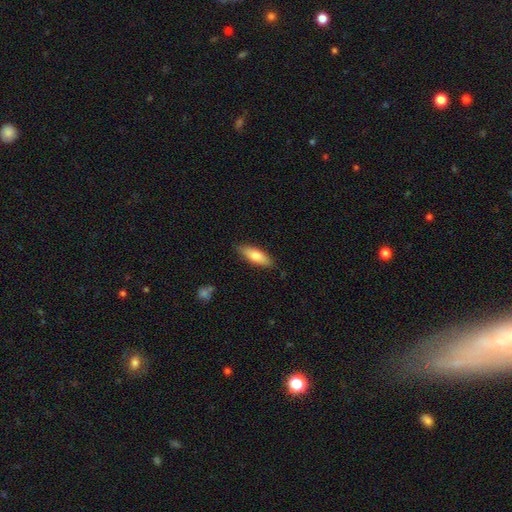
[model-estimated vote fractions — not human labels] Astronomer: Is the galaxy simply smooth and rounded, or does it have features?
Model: smooth — 75%.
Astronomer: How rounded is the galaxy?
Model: in between — 59% (runner-up: cigar-shaped, 39%).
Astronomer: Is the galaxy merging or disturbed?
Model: none — 85%.